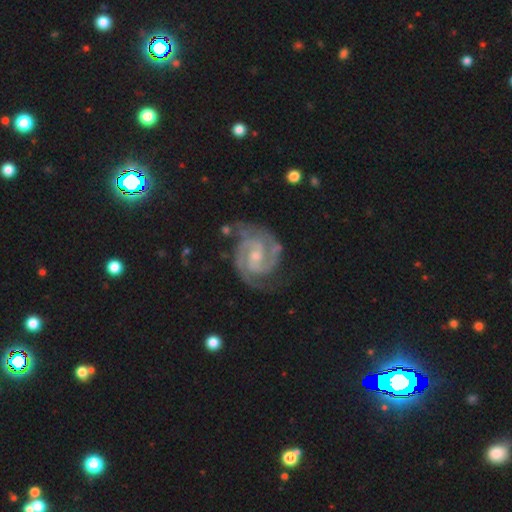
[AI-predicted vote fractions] A featured or disk galaxy (93%) with a weak bar (45%), 2 (77%) tight (57%) spiral arms (99%) and a small central bulge (52%).

Vote fractions:
- Smooth or featured? featured or disk: 93% / star or artifact: 4% / smooth: 3%
- Edge-on disk? no: 98% / yes: 2%
- Bar? weak: 45% / no: 44% / strong: 11%
- Spiral arms? yes: 99% / no: 1%
- Spiral winding? tight: 57% / medium: 39% / loose: 5%
- Spiral arm count? 2: 77% / 3: 13% / can't tell: 4% / 4: 2% / 1: 2% / more than 4: 2%
- Bulge size? small: 52% / moderate: 42% / none: 4% / large: 2% / dominant: 1%
- Merging? none: 72% / minor disturbance: 20% / major disturbance: 6% / merger: 3%